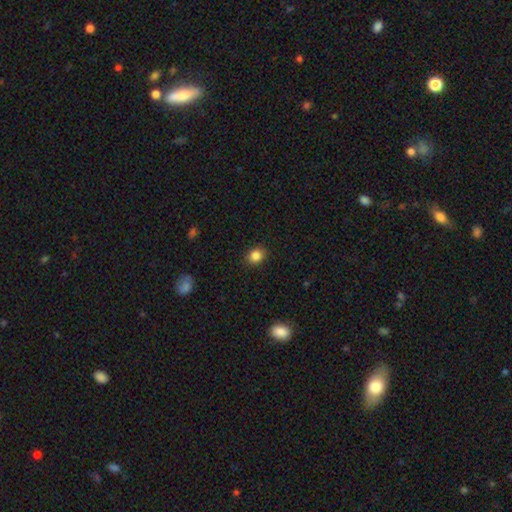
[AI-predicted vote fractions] smooth_or_featured: smooth (p=0.85) [alt: star or artifact p=0.11]
how_rounded: round (p=0.64) [alt: in between p=0.35]
merging: none (p=0.90) [alt: minor disturbance p=0.07]